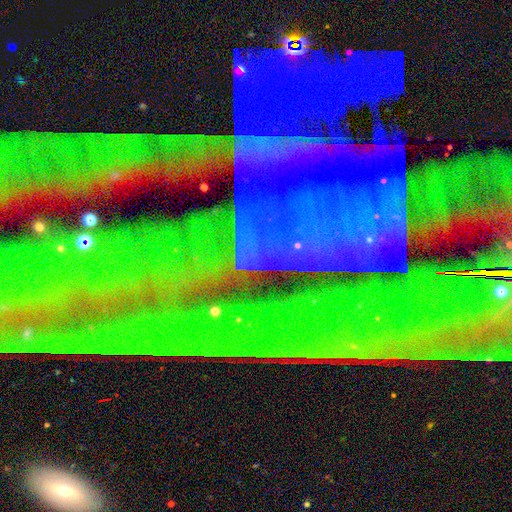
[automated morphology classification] Q: Smooth or featured?
A: star or artifact (86%); runner-up: featured or disk (8%)